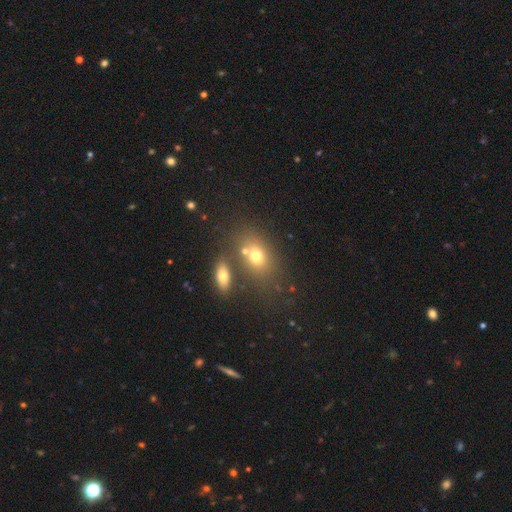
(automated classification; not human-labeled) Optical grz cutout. It shows a smooth galaxy with no disk features (70%) that is in between round and cigar-shaped (72%). Merging: none (55%).